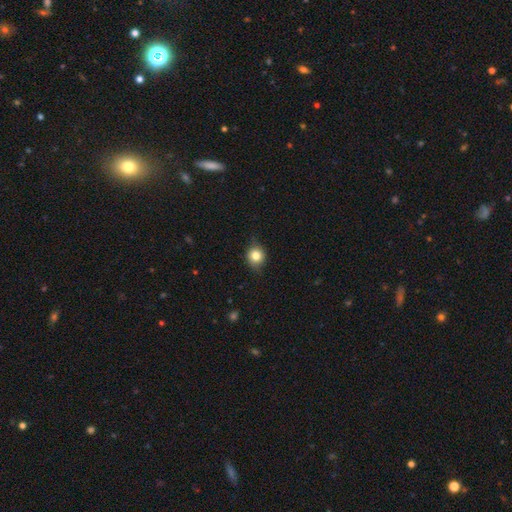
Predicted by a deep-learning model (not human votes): smooth 79%, featured or disk 11%, star or artifact 10%. Down the decision tree: how rounded — round (76%); merging — none (76%).